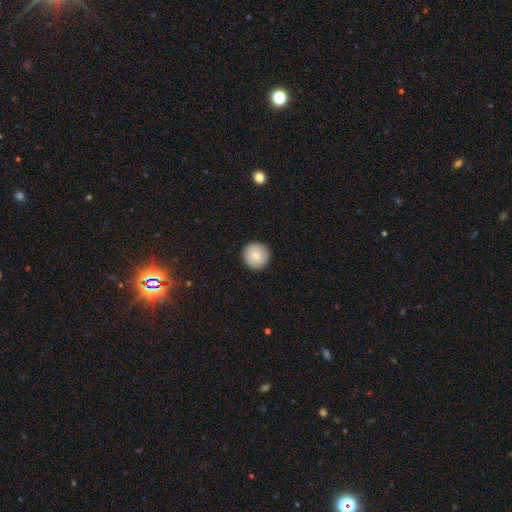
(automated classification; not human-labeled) This is likely a smooth galaxy (78%). How rounded: clearly round (96%). Merging: clearly none (92%).